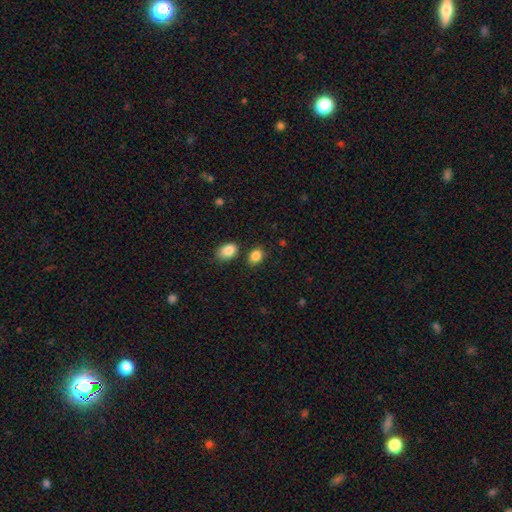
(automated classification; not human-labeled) A smooth galaxy with no disk features (86%) that is in between round and cigar-shaped (68%). Merging: none (75%).